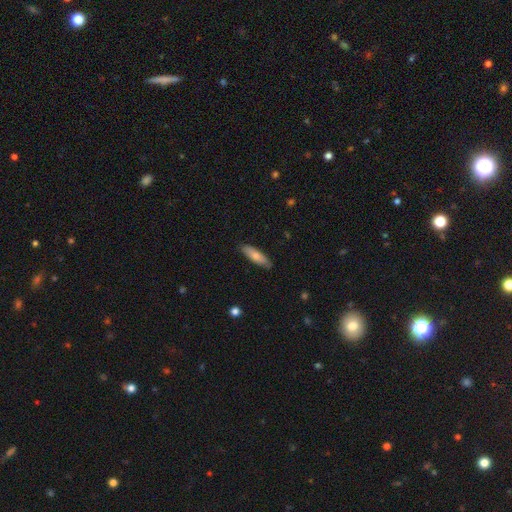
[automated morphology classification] The model was most divided on "how rounded": cigar-shaped: 58%, in between: 40%, round: 2%. More confident: merging — none (87%); smooth or featured — smooth (71%).